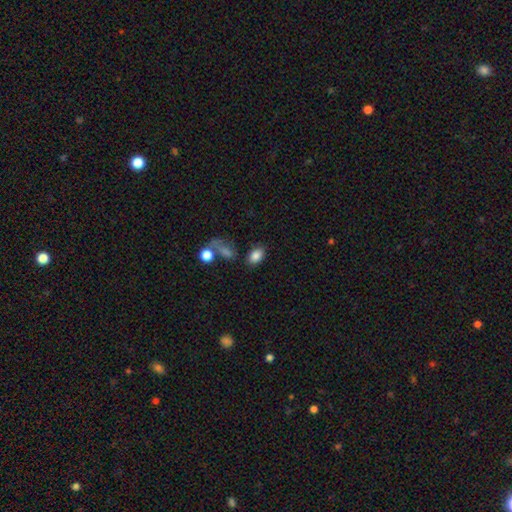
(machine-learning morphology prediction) smooth_or_featured: smooth (p=0.84) [alt: star or artifact p=0.09]
how_rounded: in between (p=0.85) [alt: round p=0.13]
merging: none (p=0.74) [alt: minor disturbance p=0.12]